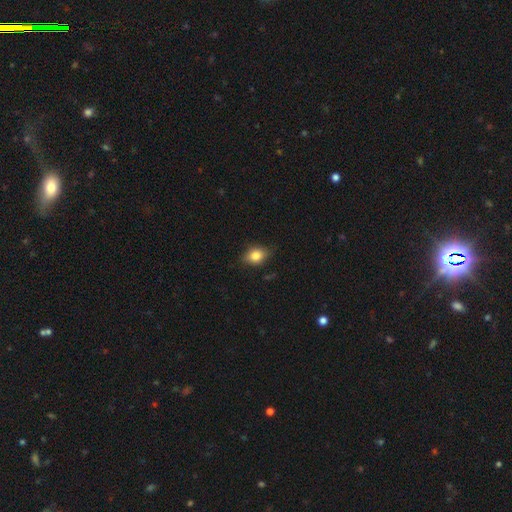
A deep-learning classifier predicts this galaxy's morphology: A smooth galaxy with no disk features (81%) that is in between round and cigar-shaped (66%). Merging: none (78%).